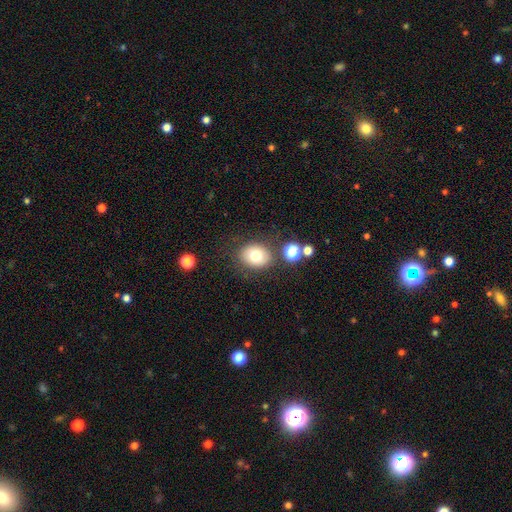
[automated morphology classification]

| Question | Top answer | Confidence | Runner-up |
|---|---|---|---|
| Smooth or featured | smooth | 76% | featured or disk (13%) |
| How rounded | in between | 51% | round (48%) |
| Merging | none | 79% | minor disturbance (12%) |